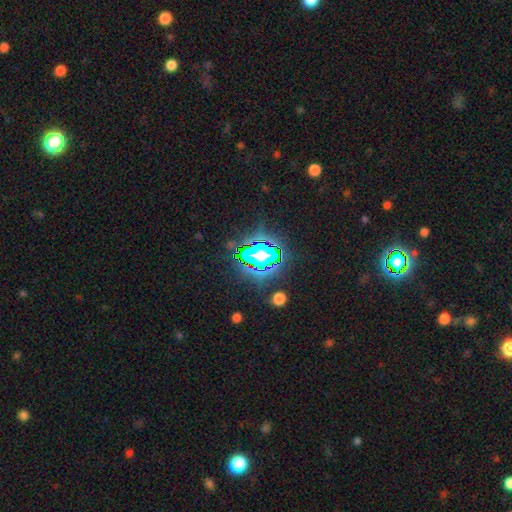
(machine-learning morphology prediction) star or artifact 61%, smooth 25%, featured or disk 14%.